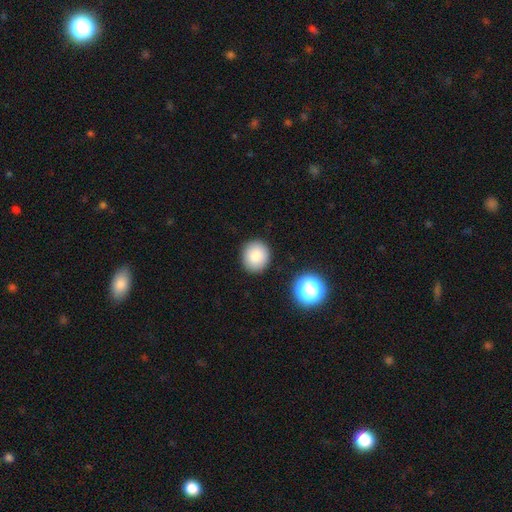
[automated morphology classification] A smooth galaxy with no disk features (82%) that is round (86%). Merging: none (89%).